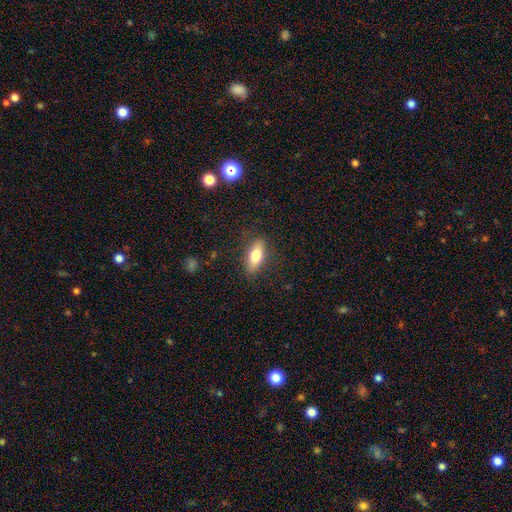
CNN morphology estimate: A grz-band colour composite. It shows a smooth galaxy with no disk features (75%) that is in between round and cigar-shaped (75%). Merging: none (85%).